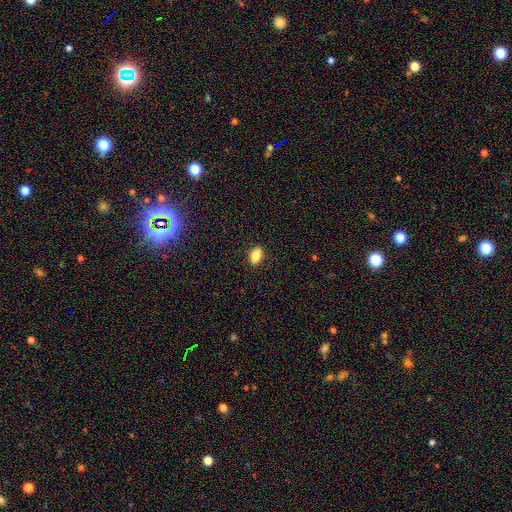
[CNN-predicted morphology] Smooth or featured?
  - smooth: 82% *
  - star or artifact: 9%
  - featured or disk: 9%
How rounded?
  - in between: 86% *
  - round: 12%
  - cigar-shaped: 3%
Merging?
  - none: 89% *
  - minor disturbance: 9%
  - major disturbance: 2%
  - merger: 1%